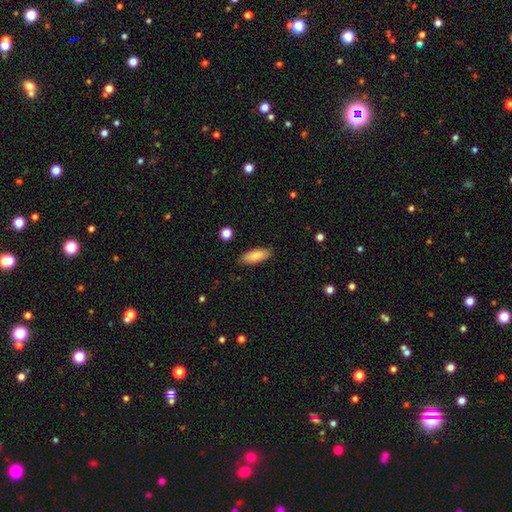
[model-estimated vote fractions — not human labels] This appears to be a smooth galaxy with no disk features (84%) that is in between round and cigar-shaped (71%). Merging: none (86%).